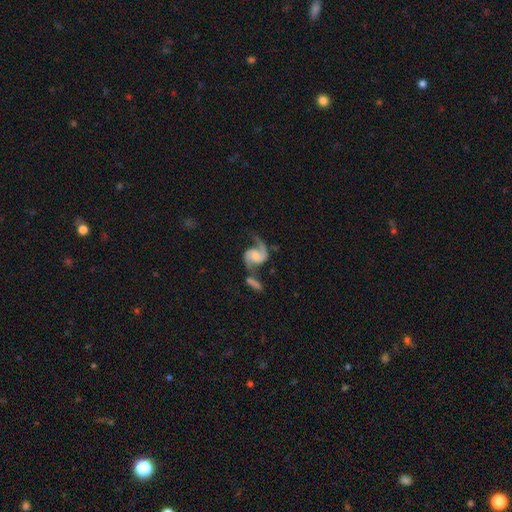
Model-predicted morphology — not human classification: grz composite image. It shows a featured or disk galaxy (89%) with no bar (58%), 2 (88%) medium (47%) spiral arms (97%) and a small central bulge (34%, tied with moderate). Merging: none (46%).